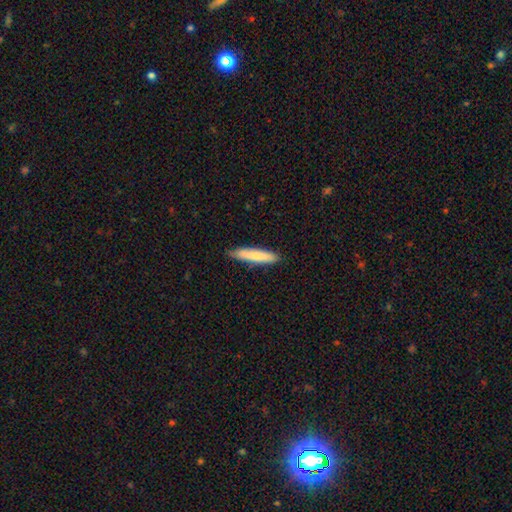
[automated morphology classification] smooth 78%, featured or disk 17%, star or artifact 5%. Down the decision tree: how rounded — cigar-shaped (85%); merging — none (84%).